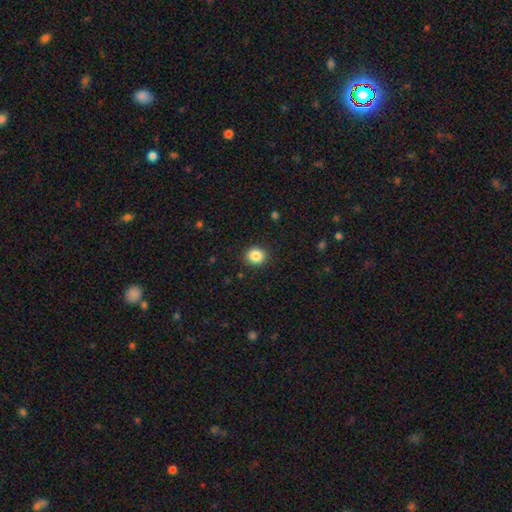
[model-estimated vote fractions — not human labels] Smooth or featured: smooth — 85% (star or artifact — 10%)
How rounded: round — 82% (in between — 17%)
Merging: none — 90% (minor disturbance — 7%)